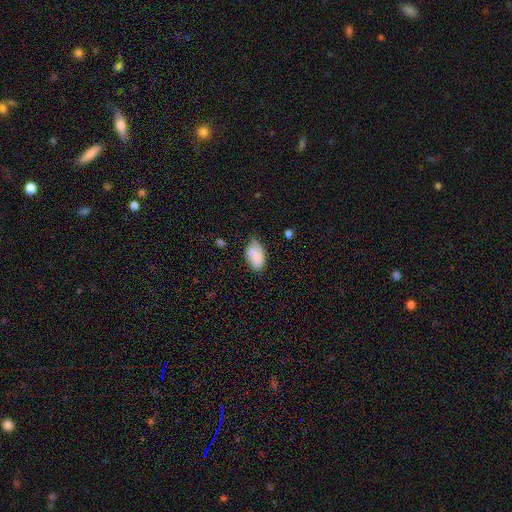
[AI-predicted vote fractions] Morphology: type=smooth (62%); roundness=in between (92%); merging=none (56%).